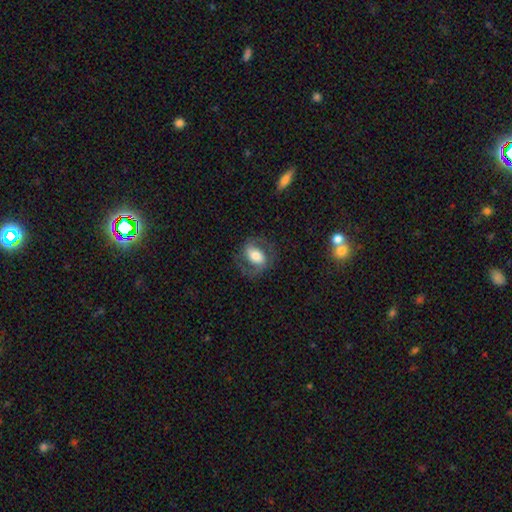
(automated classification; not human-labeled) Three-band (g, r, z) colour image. It shows a featured or disk galaxy (52%). Merging: none (70%).